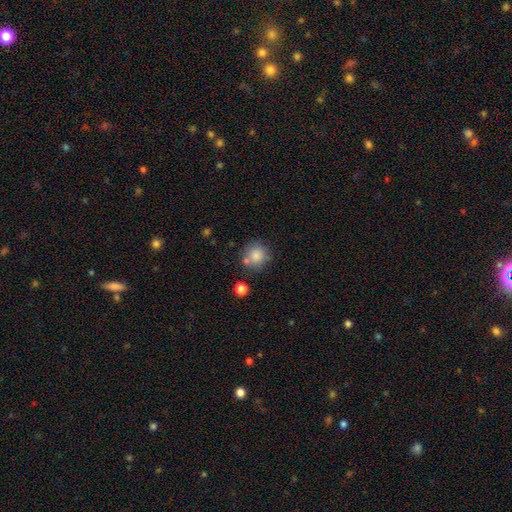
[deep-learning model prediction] Smooth or featured: smooth — 83% (star or artifact — 10%)
How rounded: round — 89% (in between — 10%)
Merging: none — 71% (minor disturbance — 14%)